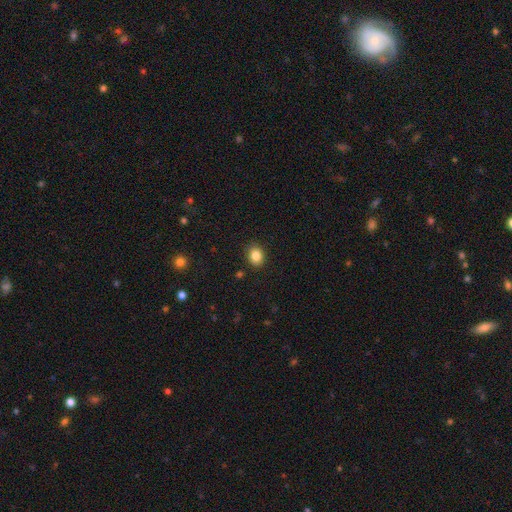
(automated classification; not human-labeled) Overall: smooth (85%). How rounded: in between (50%; round 49%). Merging: none (88%).